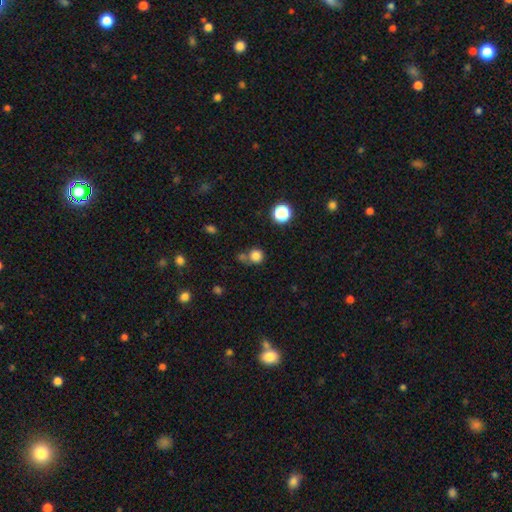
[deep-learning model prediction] smooth_or_featured: smooth (p=0.81) [alt: star or artifact p=0.14]
how_rounded: round (p=0.91) [alt: in between p=0.08]
merging: none (p=0.62) [alt: merger p=0.23]